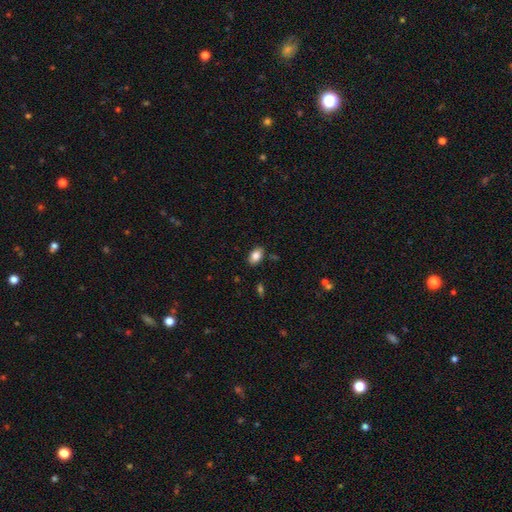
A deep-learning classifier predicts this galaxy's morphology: A smooth galaxy with no disk features (84%) that is in between round and cigar-shaped (90%). Merging: none (85%).